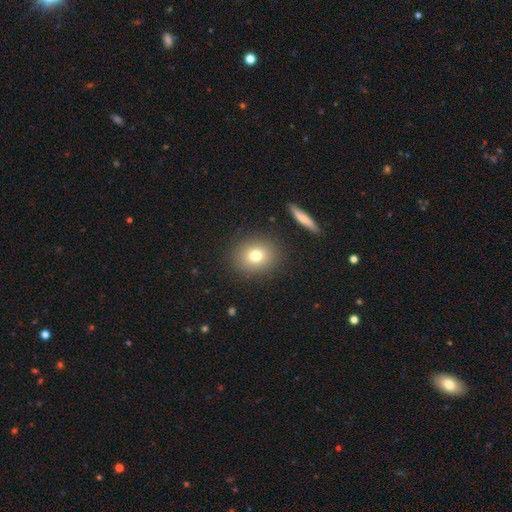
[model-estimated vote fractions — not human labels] A smooth galaxy with no disk features (75%) that is round (69%). Merging: none (87%).